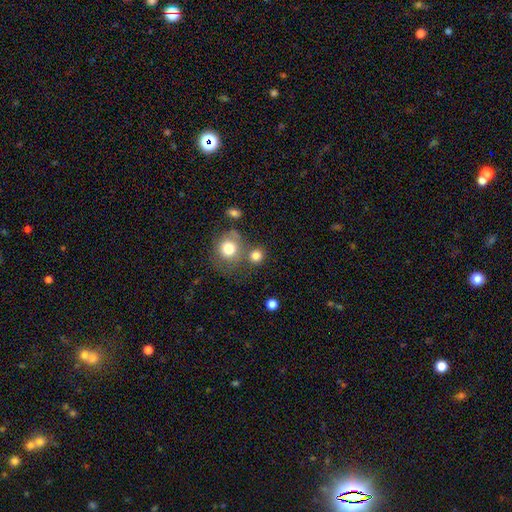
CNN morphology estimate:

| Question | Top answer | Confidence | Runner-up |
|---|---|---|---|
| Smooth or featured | smooth | 81% | star or artifact (11%) |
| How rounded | round | 85% | in between (14%) |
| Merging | none | 62% | merger (23%) |